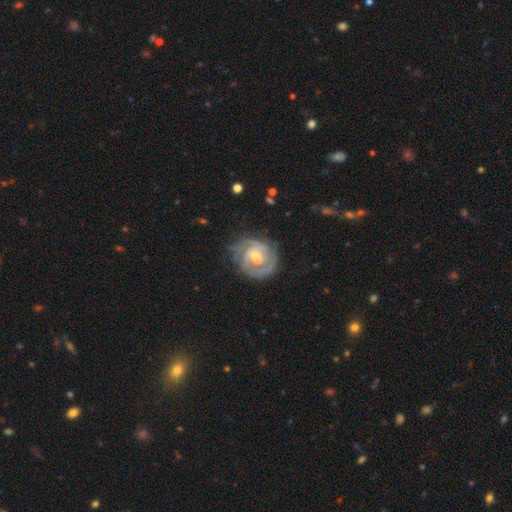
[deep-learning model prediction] Smooth or featured: featured or disk — 84% (smooth — 10%)
Edge-on disk: no — 98% (yes — 2%)
Bar: weak — 48% (no — 41%)
Spiral arms: yes — 95% (no — 5%)
Spiral winding: tight — 62% (medium — 32%)
Spiral arm count: 2 — 56% (can't tell — 20%)
Bulge size: small — 48% (moderate — 45%)
Merging: none — 72% (minor disturbance — 19%)